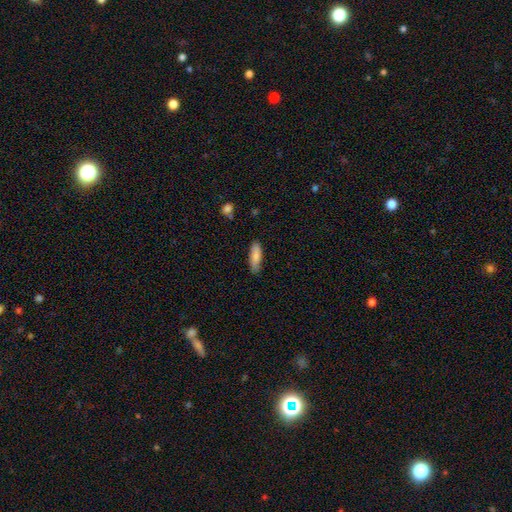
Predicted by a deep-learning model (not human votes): This is clearly a smooth galaxy (84%). How rounded: possibly in between (51%). Merging: clearly none (81%).